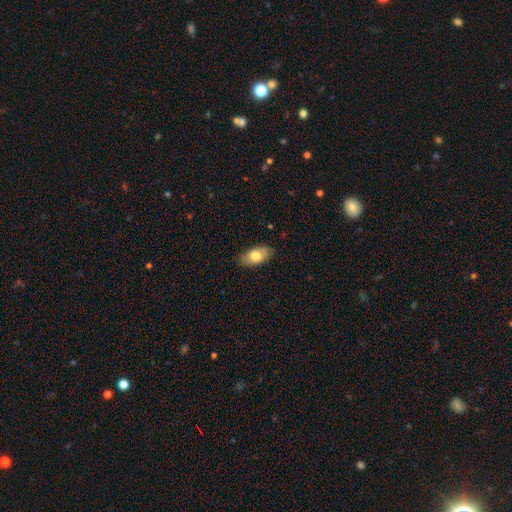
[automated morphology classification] Smooth or featured: smooth — 77% (featured or disk — 17%)
How rounded: in between — 92% (cigar-shaped — 5%)
Merging: none — 85% (minor disturbance — 12%)